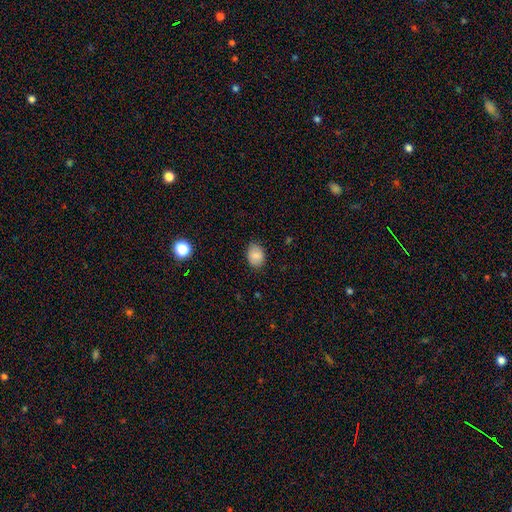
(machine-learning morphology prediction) Q: Smooth or featured?
A: smooth (83%); runner-up: star or artifact (9%)
Q: How rounded?
A: in between (64%); runner-up: round (35%)
Q: Merging?
A: none (81%); runner-up: minor disturbance (16%)